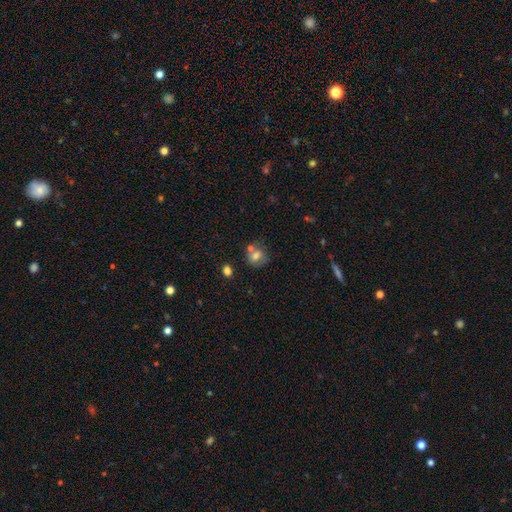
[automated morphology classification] This is likely a smooth galaxy (70%). How rounded: likely round (68%). Merging: possibly none (51%).